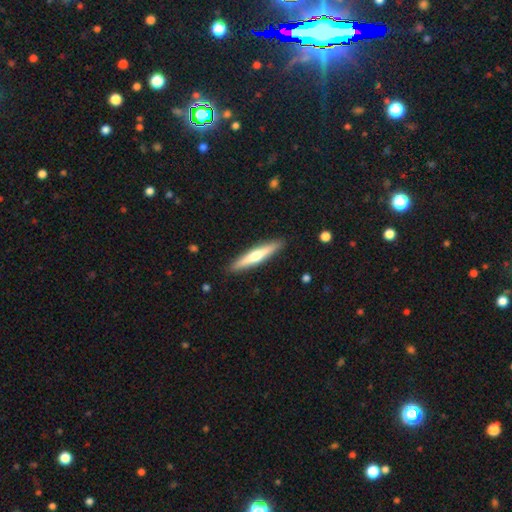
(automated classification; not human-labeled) A featured or disk galaxy (51%) viewed edge-on (95%). Merging: none (91%).